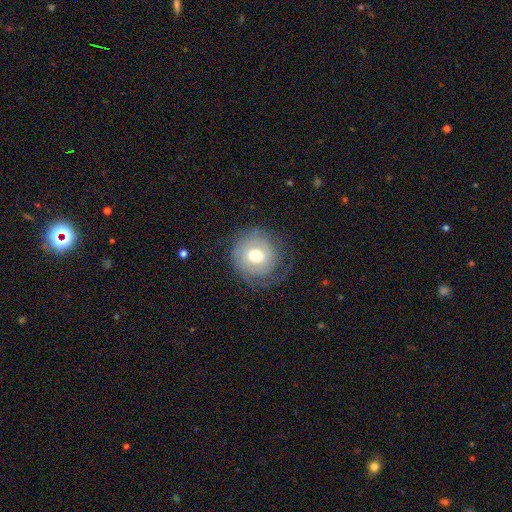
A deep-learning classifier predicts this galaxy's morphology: featured or disk 51%, smooth 41%, star or artifact 8%. Down the decision tree: edge-on disk — no (96%); merging — none (67%).